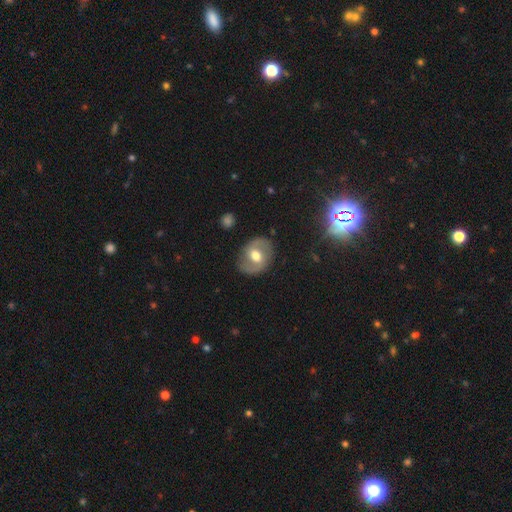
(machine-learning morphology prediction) Overall: featured or disk (59%; smooth 34%). Edge-on disk: no (96%). Bar: weak (44%; no 39%). Spiral arms: yes (66%; no 34%). Bulge size: moderate (72%). Merging: none (81%).